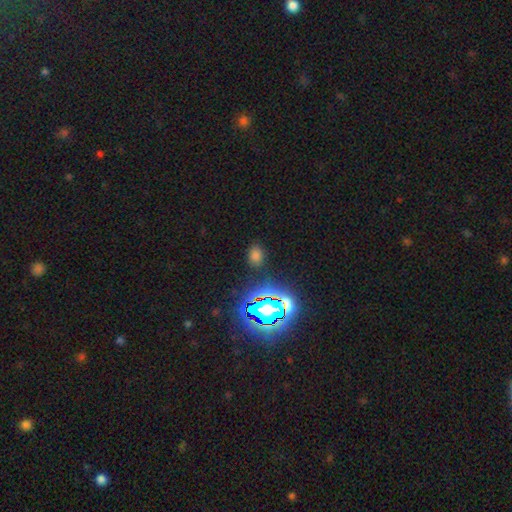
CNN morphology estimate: A smooth galaxy with no disk features (61%) that is in between round and cigar-shaped (56%).

Vote fractions:
- Smooth or featured? smooth: 61% / star or artifact: 31% / featured or disk: 7%
- How rounded? in between: 56% / round: 42% / cigar-shaped: 2%
- Merging? none: 83% / minor disturbance: 10% / major disturbance: 4% / merger: 3%